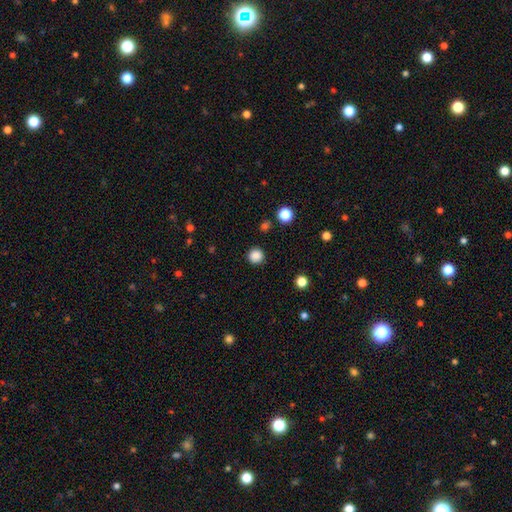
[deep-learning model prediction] Smooth or featured: smooth — 86% (star or artifact — 11%)
How rounded: round — 95% (in between — 4%)
Merging: none — 91% (minor disturbance — 5%)